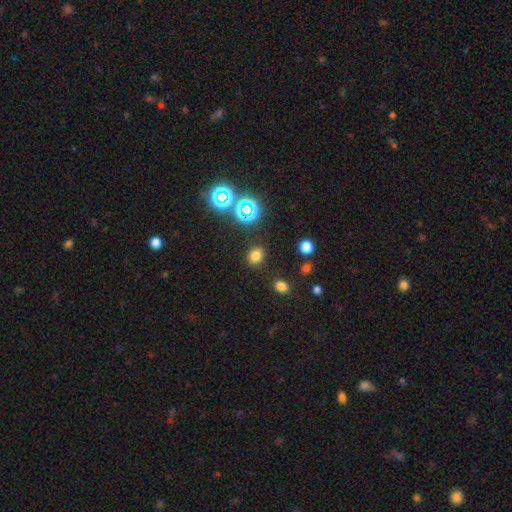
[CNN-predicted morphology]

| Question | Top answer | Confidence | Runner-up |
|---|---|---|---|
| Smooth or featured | smooth | 74% | star or artifact (20%) |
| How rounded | round | 55% | in between (44%) |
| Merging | none | 86% | minor disturbance (8%) |